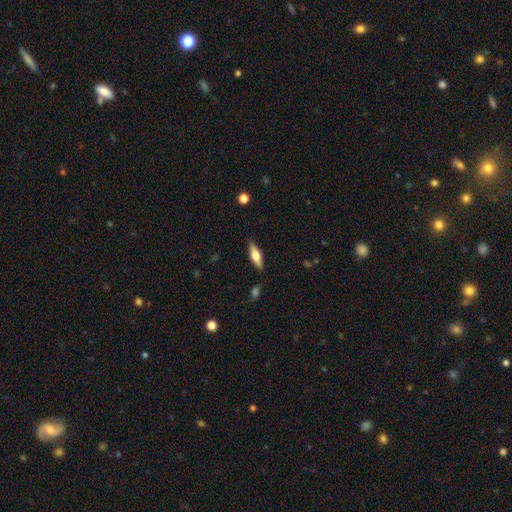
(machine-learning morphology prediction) A smooth galaxy with no disk features (52%) that is in between round and cigar-shaped (51%).

Vote fractions:
- Smooth or featured? smooth: 52% / featured or disk: 42% / star or artifact: 6%
- How rounded? in between: 51% / cigar-shaped: 47% / round: 3%
- Merging? none: 86% / minor disturbance: 10% / major disturbance: 2% / merger: 1%